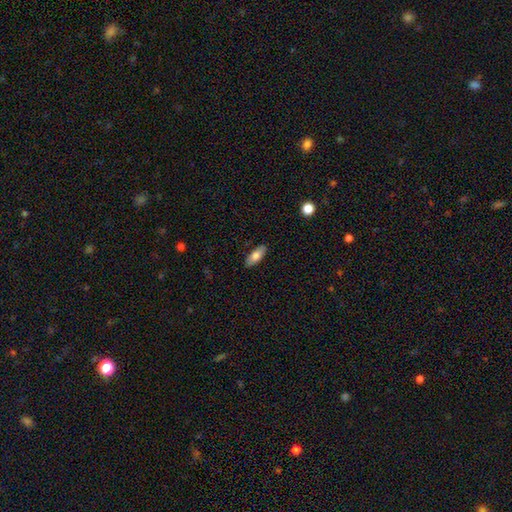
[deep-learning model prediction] smooth-or-featured: smooth: 73% | featured or disk: 20% | star or artifact: 6%
  how-rounded: in between: 79% | cigar-shaped: 18% | round: 2%
  merging: none: 88% | minor disturbance: 9% | major disturbance: 2% | merger: 1%